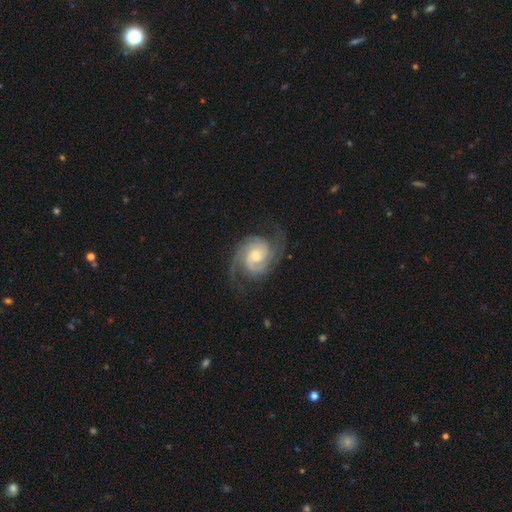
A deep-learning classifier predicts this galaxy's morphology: smooth-or-featured: featured or disk: 92% | smooth: 4% | star or artifact: 4%
  disk-edge-on: no: 98% | yes: 2%
    bar: no: 62% | weak: 31% | strong: 7%
    has-spiral-arms: yes: 98% | no: 2%
      spiral-winding: tight: 52% | medium: 40% | loose: 8%
      spiral-arm-count: 2: 53% | 3: 24% | can't tell: 8% | 4: 6% | 1: 4% | more than 4: 4%
    bulge-size: moderate: 56% | small: 36% | large: 5% | none: 2% | dominant: 1%
  merging: none: 74% | minor disturbance: 16% | major disturbance: 10% | merger: 1%